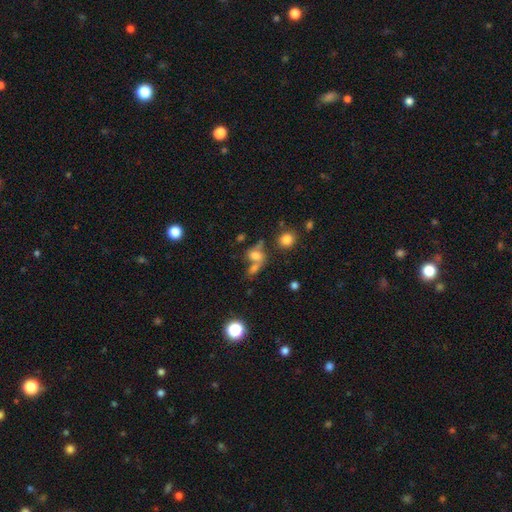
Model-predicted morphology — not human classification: A smooth galaxy with no disk features (62%) that is in between round and cigar-shaped (64%).

Vote fractions:
- Smooth or featured? smooth: 62% / featured or disk: 20% / star or artifact: 18%
- How rounded? in between: 64% / round: 30% / cigar-shaped: 5%
- Merging? merger: 46% / none: 32% / minor disturbance: 12% / major disturbance: 10%